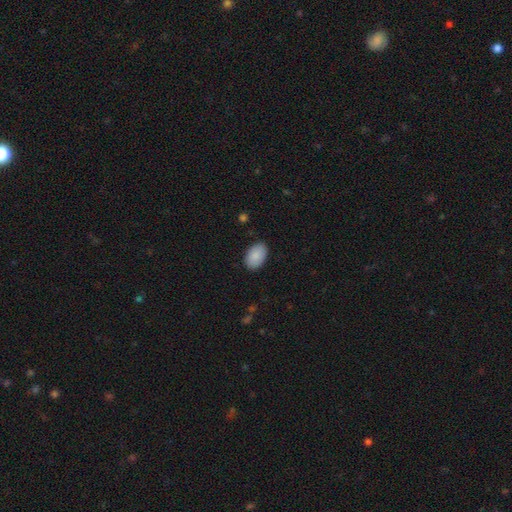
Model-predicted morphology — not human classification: Smooth or featured? Predicted: smooth (p=0.89). How rounded? Predicted: in between (p=0.92). Merging? Predicted: none (p=0.88).